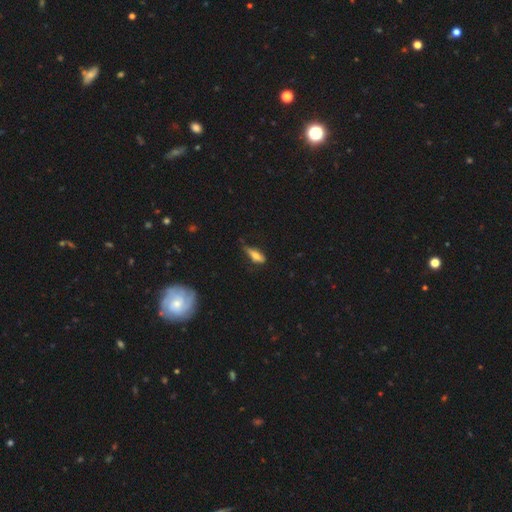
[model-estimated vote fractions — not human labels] Smooth or featured? Predicted: smooth (p=0.62). How rounded? Predicted: in between (p=0.49). Merging? Predicted: none (p=0.51).